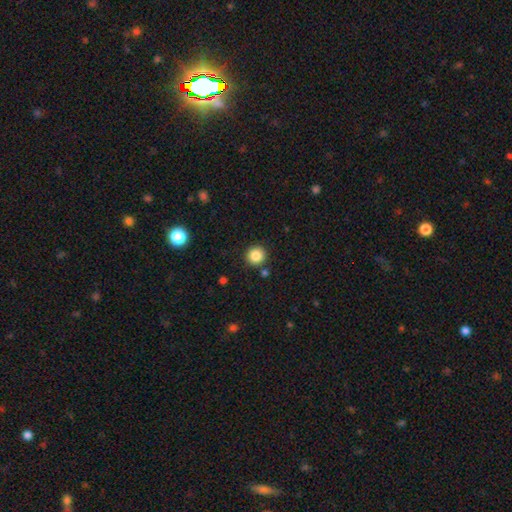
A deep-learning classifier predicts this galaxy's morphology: The model was most divided on "smooth or featured": smooth: 85%, star or artifact: 11%, featured or disk: 5%. More confident: how rounded — round (95%); merging — none (88%).